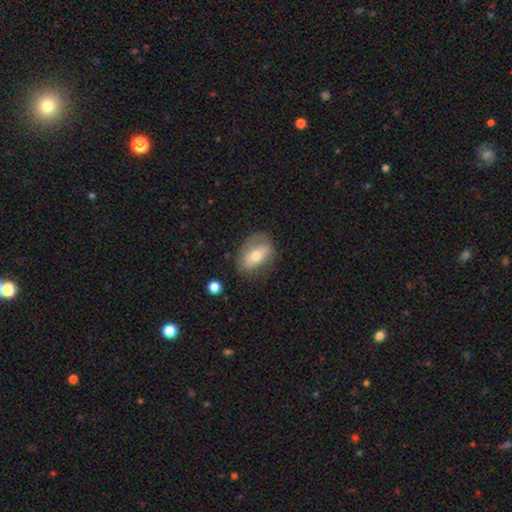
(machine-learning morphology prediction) Q: Smooth or featured?
A: smooth (56%); runner-up: featured or disk (37%)
Q: How rounded?
A: in between (80%); runner-up: round (17%)
Q: Merging?
A: none (66%); runner-up: minor disturbance (23%)